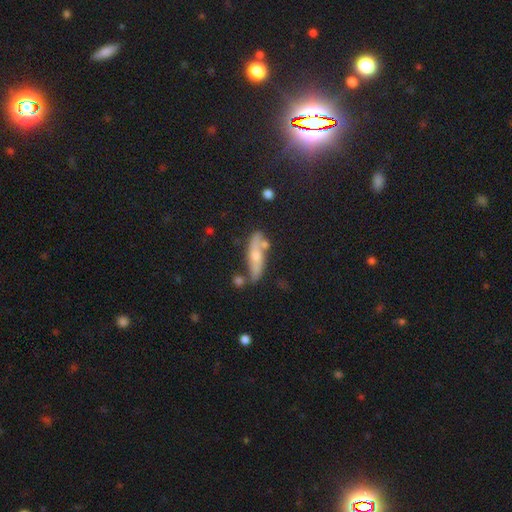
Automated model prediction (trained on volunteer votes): featured or disk 50%, smooth 42%, star or artifact 8%. Down the decision tree: edge-on disk — yes (51%); merging — none (64%).